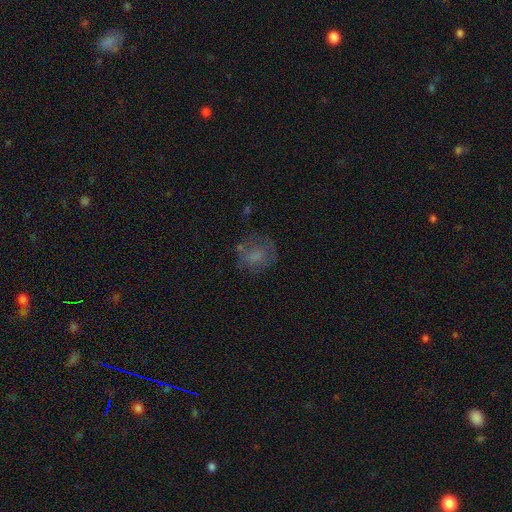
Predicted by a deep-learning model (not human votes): smooth 57%, featured or disk 29%, star or artifact 14%. Down the decision tree: how rounded — round (70%); merging — none (58%).